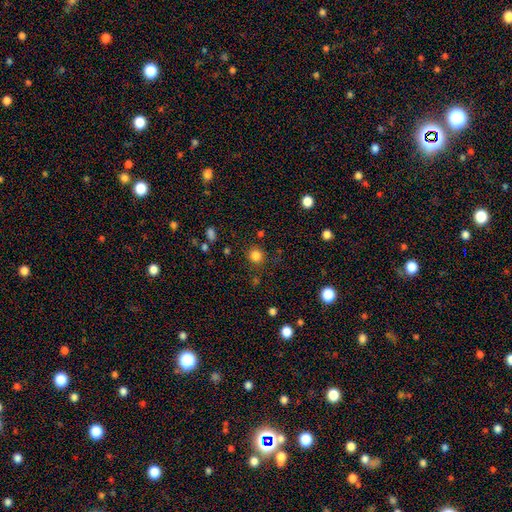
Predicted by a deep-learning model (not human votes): smooth 82%, star or artifact 14%, featured or disk 4%. Down the decision tree: how rounded — round (92%); merging — none (85%).